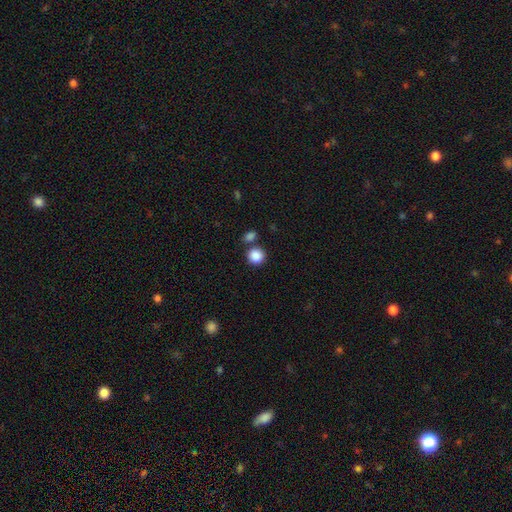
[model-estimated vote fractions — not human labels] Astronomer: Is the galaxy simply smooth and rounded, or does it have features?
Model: smooth — 87%.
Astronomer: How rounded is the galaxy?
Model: round — 90%.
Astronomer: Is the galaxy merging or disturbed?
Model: none — 72%.